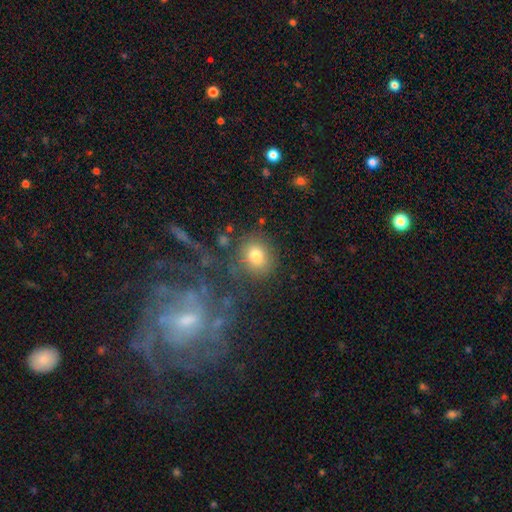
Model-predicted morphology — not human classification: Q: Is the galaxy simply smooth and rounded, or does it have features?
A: smooth — 75%.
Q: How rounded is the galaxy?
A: round — 76%.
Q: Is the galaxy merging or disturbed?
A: none — 68%.